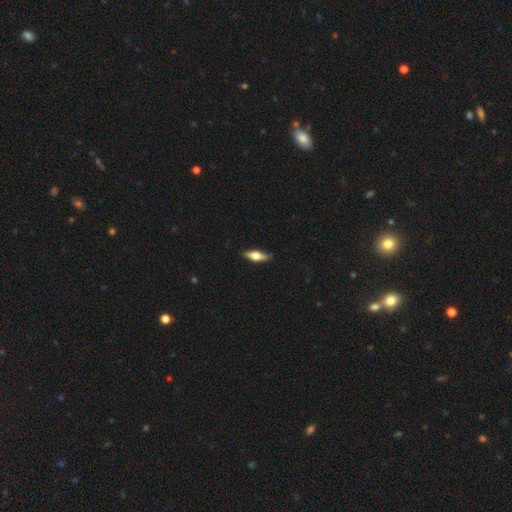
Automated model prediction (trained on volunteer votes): Q: Smooth or featured?
A: smooth (53%); runner-up: featured or disk (42%)
Q: How rounded?
A: in between (54%); runner-up: cigar-shaped (43%)
Q: Merging?
A: none (82%); runner-up: minor disturbance (15%)